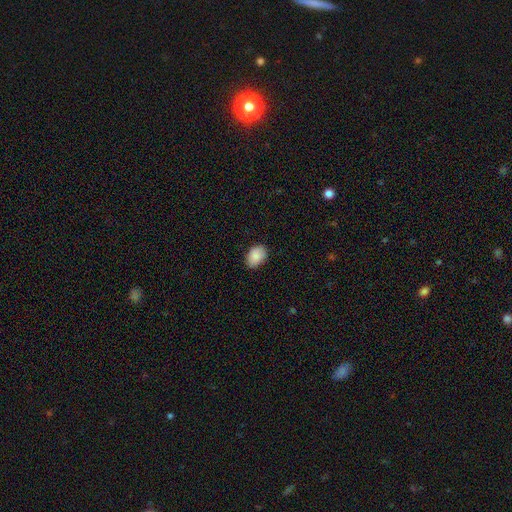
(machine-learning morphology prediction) Smooth or featured? Predicted: smooth (p=0.89). How rounded? Predicted: in between (p=0.78). Merging? Predicted: none (p=0.83).